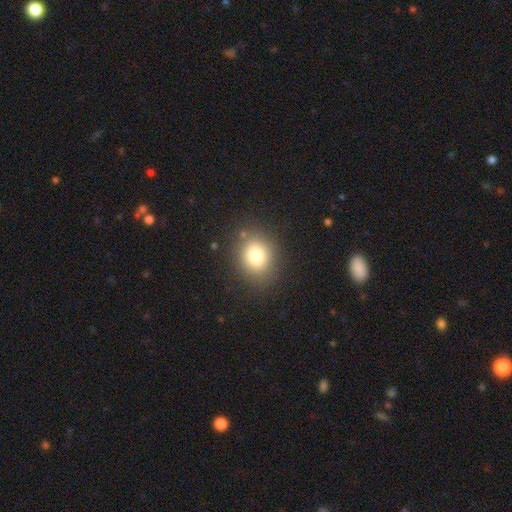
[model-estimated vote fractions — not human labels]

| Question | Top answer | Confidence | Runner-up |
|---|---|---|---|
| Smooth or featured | smooth | 78% | star or artifact (12%) |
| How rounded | round | 69% | in between (30%) |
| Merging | none | 83% | minor disturbance (10%) |